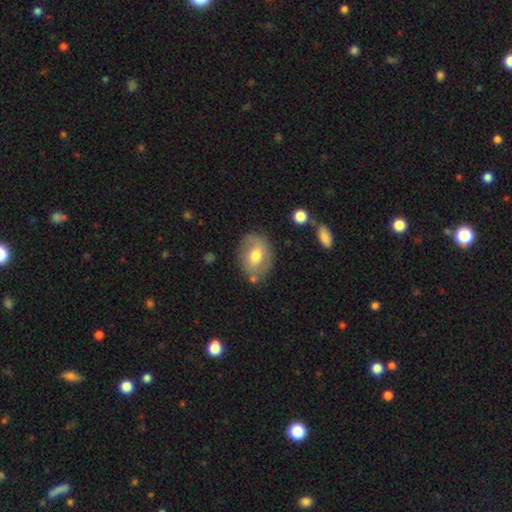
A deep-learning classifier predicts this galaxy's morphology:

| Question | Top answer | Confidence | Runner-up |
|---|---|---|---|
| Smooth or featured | smooth | 55% | featured or disk (38%) |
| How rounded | in between | 65% | round (34%) |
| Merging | none | 71% | minor disturbance (19%) |